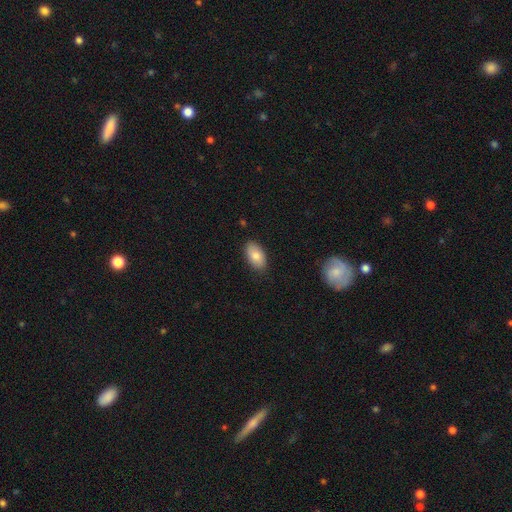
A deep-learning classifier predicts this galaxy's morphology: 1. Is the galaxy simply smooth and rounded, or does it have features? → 81% smooth, 12% featured or disk, 7% star or artifact.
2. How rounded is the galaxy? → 94% in between, 4% round, 2% cigar-shaped.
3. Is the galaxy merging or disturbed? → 84% none, 13% minor disturbance, 2% major disturbance, 1% merger.